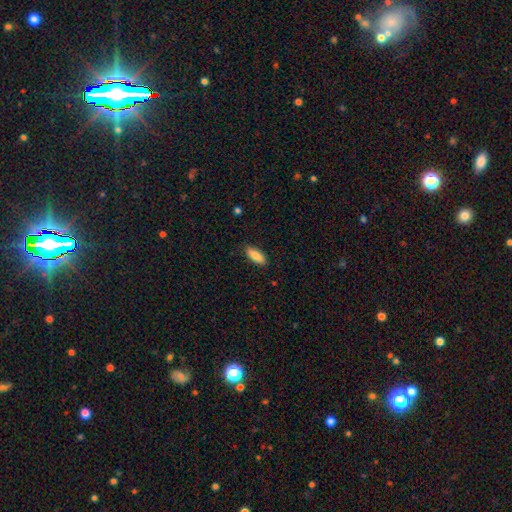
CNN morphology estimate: Smooth or featured: smooth — 88% (featured or disk — 6%)
How rounded: in between — 77% (cigar-shaped — 21%)
Merging: none — 86% (minor disturbance — 10%)